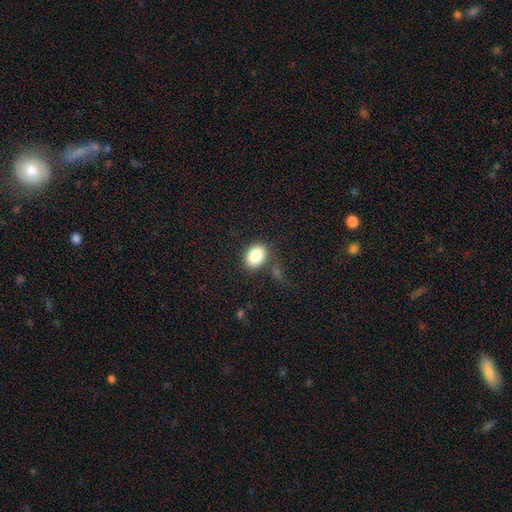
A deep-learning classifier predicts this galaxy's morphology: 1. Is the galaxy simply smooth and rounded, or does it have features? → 86% smooth, 8% star or artifact, 6% featured or disk.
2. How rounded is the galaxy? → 71% in between, 28% round, 1% cigar-shaped.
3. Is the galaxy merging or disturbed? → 78% none, 13% minor disturbance, 5% major disturbance, 4% merger.